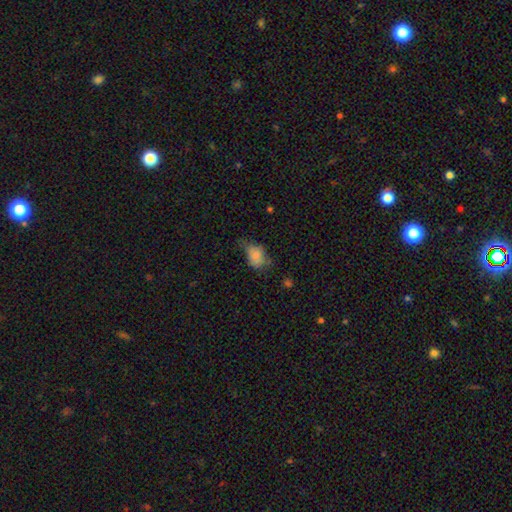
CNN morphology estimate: type=smooth (77%); roundness=in between (77%); merging=minor disturbance (41%).